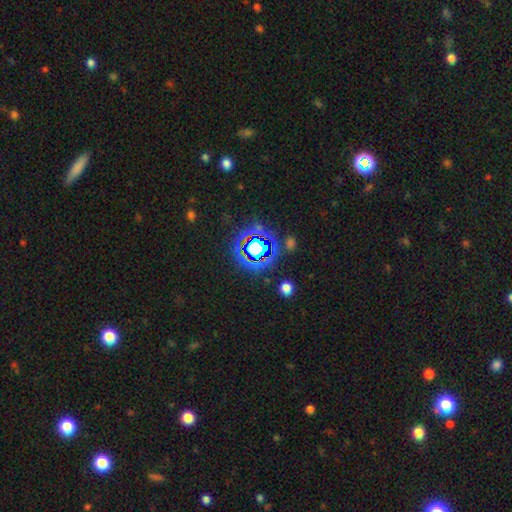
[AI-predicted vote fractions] Q: Smooth or featured?
A: star or artifact (79%); runner-up: smooth (14%)